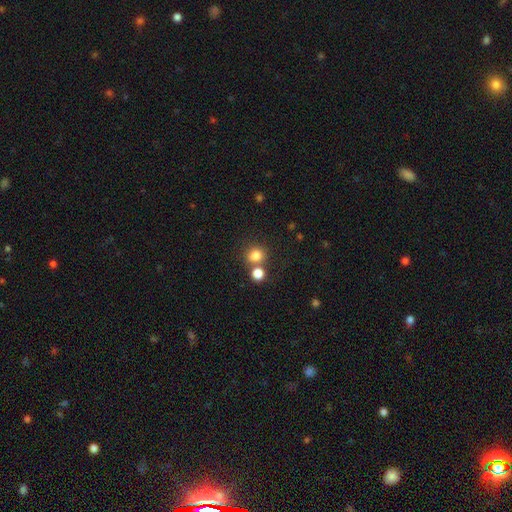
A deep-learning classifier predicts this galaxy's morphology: This is clearly a smooth galaxy (80%). How rounded: clearly round (84%). Merging: likely none (63%).